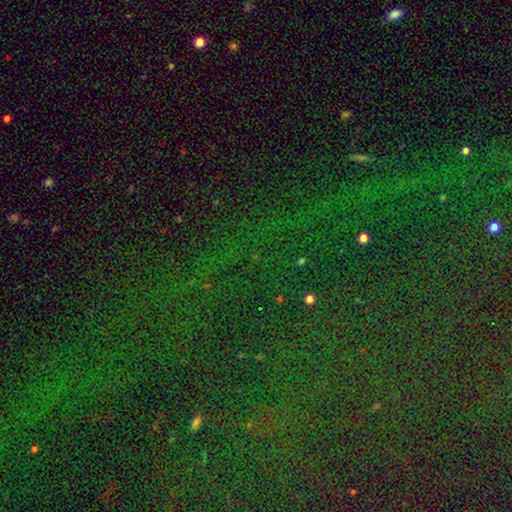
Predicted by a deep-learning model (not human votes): The model was most divided on "smooth or featured": star or artifact: 82%, smooth: 9%, featured or disk: 9%.